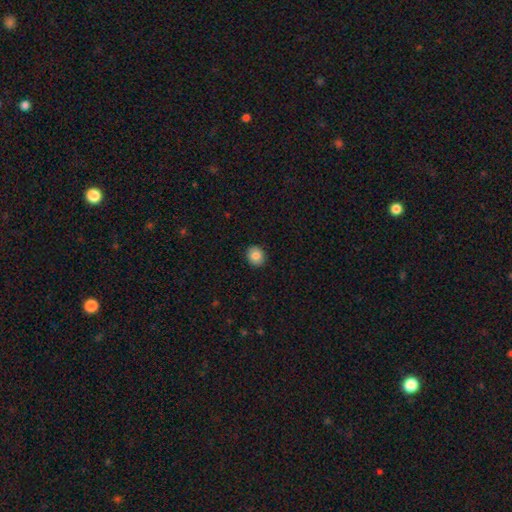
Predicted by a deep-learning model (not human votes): The model was most divided on "how rounded": round: 79%, in between: 20%, cigar-shaped: 1%. More confident: merging — none (91%); smooth or featured — smooth (83%).